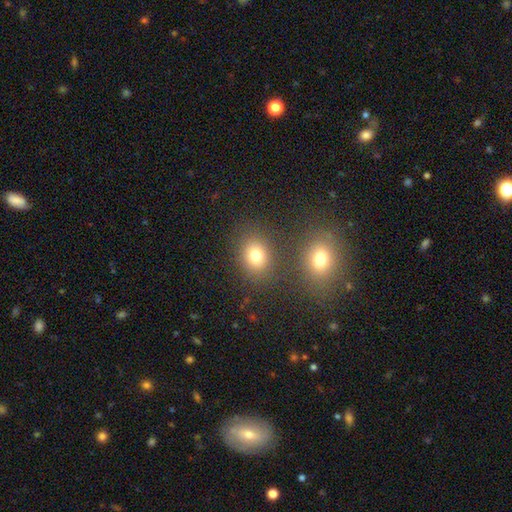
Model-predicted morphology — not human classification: smooth 77%, star or artifact 15%, featured or disk 9%. Down the decision tree: how rounded — round (56%); merging — none (74%).